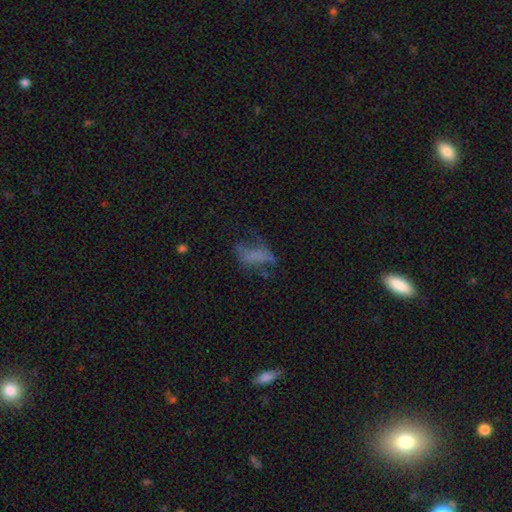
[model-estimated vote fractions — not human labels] Smooth or featured?
  - featured or disk: 41% *
  - smooth: 39%
  - star or artifact: 20%
Merging?
  - major disturbance: 41% *
  - none: 35%
  - minor disturbance: 20%
  - merger: 5%